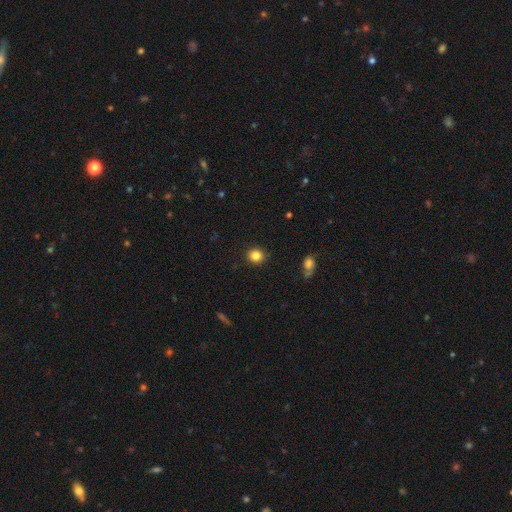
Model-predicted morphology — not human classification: smooth-or-featured: smooth: 84% | star or artifact: 11% | featured or disk: 5%
  how-rounded: round: 85% | in between: 14% | cigar-shaped: 1%
  merging: none: 90% | minor disturbance: 7% | major disturbance: 2% | merger: 1%